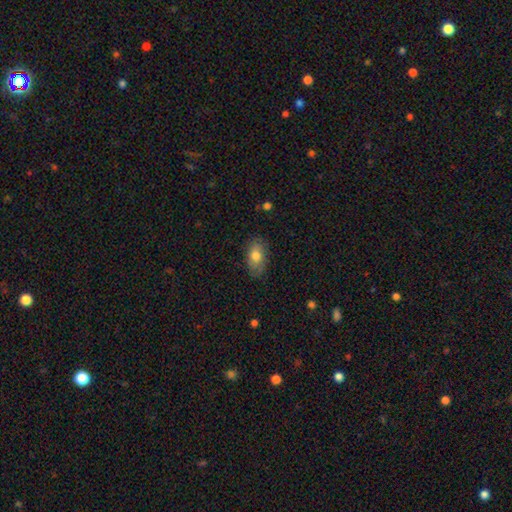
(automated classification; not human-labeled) This is likely a smooth galaxy (75%). How rounded: clearly in between (90%). Merging: likely none (80%).